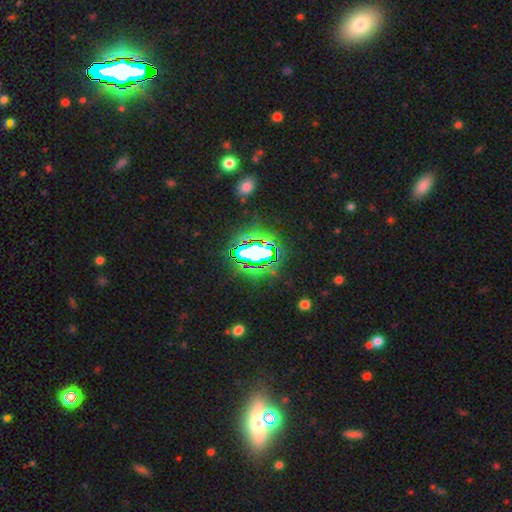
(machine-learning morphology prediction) A star or artifact, not a galaxy (70%).

Vote fractions:
- Smooth or featured? star or artifact: 70% / smooth: 17% / featured or disk: 13%